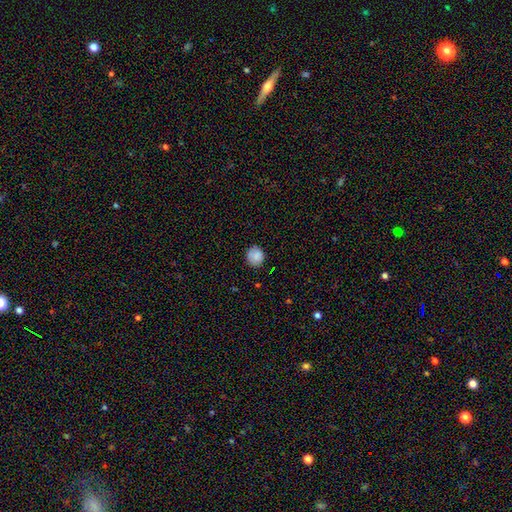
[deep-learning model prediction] Smooth or featured: smooth — 85% (star or artifact — 8%)
How rounded: round — 82% (in between — 17%)
Merging: none — 82% (minor disturbance — 14%)